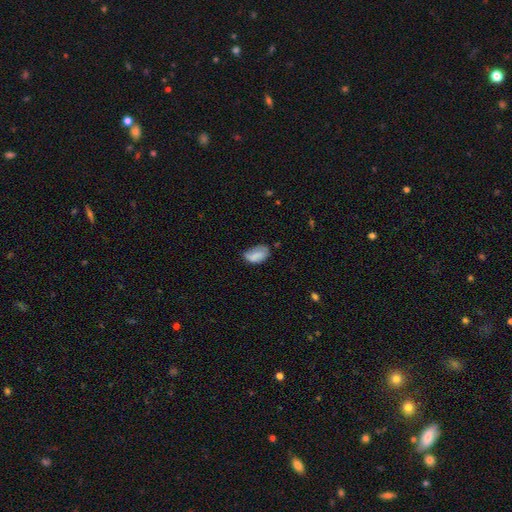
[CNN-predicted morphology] This is likely a smooth galaxy (79%). How rounded: clearly in between (91%). Merging: possibly none (53%).